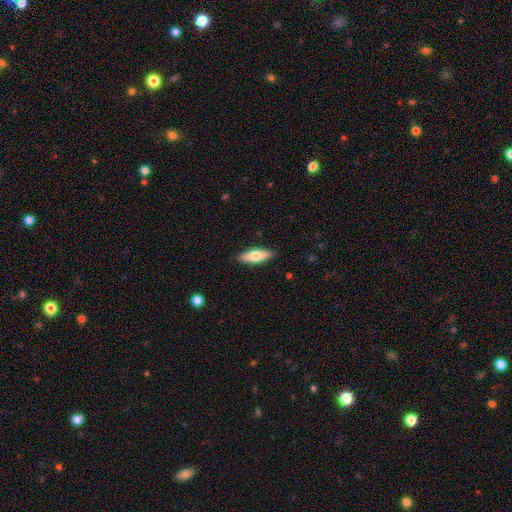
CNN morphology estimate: smooth_or_featured: smooth (p=0.66) [alt: featured or disk p=0.28]
how_rounded: in between (p=0.55) [alt: cigar-shaped p=0.42]
merging: none (p=0.89) [alt: minor disturbance p=0.08]